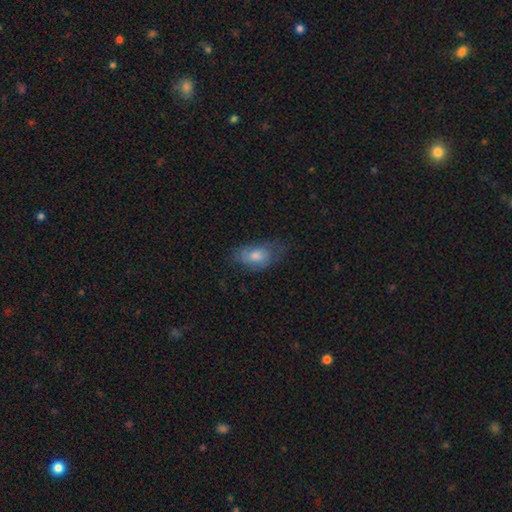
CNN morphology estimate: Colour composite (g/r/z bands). It shows a smooth galaxy with no disk features (68%) that is in between round and cigar-shaped (87%). Merging: none (54%).